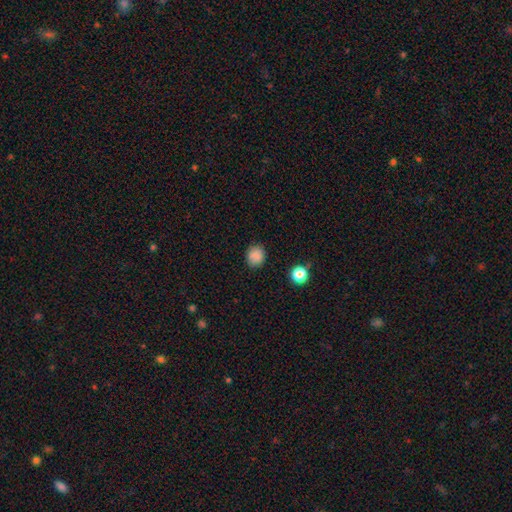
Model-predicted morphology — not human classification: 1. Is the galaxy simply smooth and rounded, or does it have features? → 86% smooth, 11% star or artifact, 4% featured or disk.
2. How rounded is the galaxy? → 78% round, 21% in between, 1% cigar-shaped.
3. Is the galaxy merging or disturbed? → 88% none, 8% minor disturbance, 3% major disturbance, 1% merger.